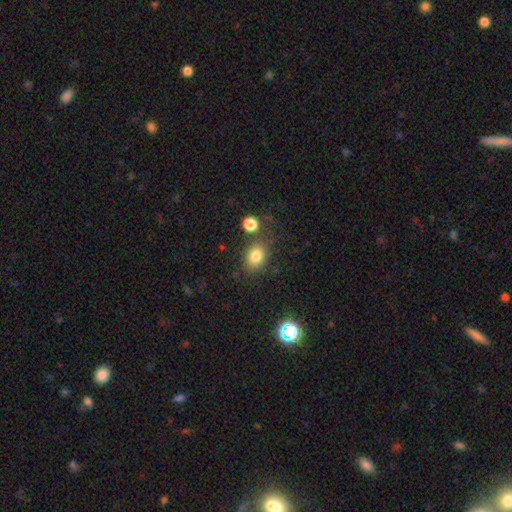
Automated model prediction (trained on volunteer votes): The model was most divided on "how rounded": in between: 65%, round: 34%, cigar-shaped: 1%. More confident: smooth or featured — smooth (81%); merging — none (73%).